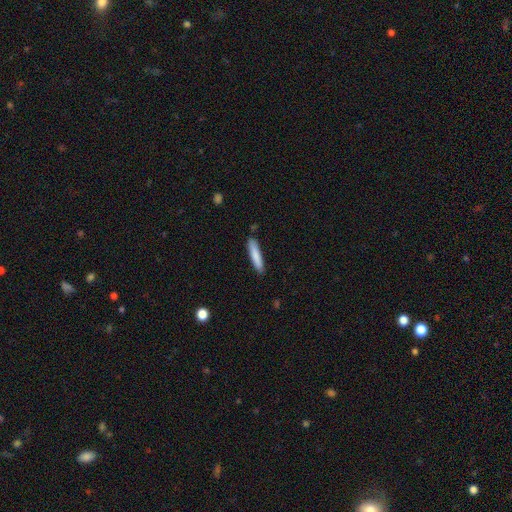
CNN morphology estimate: A smooth galaxy with no disk features (82%) that is cigar-shaped (89%).

Vote fractions:
- Smooth or featured? smooth: 82% / featured or disk: 12% / star or artifact: 6%
- How rounded? cigar-shaped: 89% / in between: 10% / round: 1%
- Merging? none: 87% / minor disturbance: 10% / merger: 2% / major disturbance: 2%